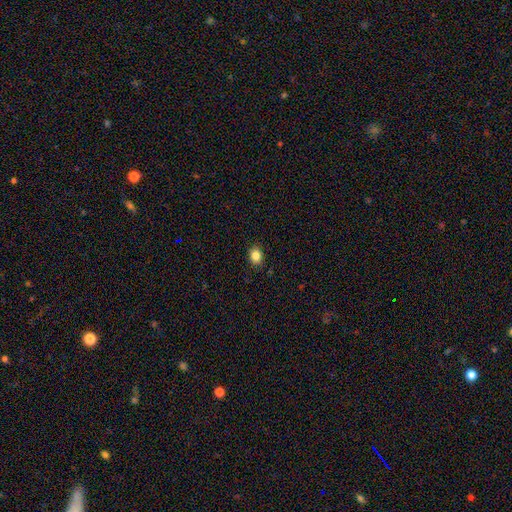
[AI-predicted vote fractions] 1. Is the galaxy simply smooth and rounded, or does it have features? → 84% smooth, 11% star or artifact, 5% featured or disk.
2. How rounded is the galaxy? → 50% in between (tied), 50% round (tied), 1% cigar-shaped.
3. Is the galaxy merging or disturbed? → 88% none, 9% minor disturbance, 2% major disturbance, 1% merger.